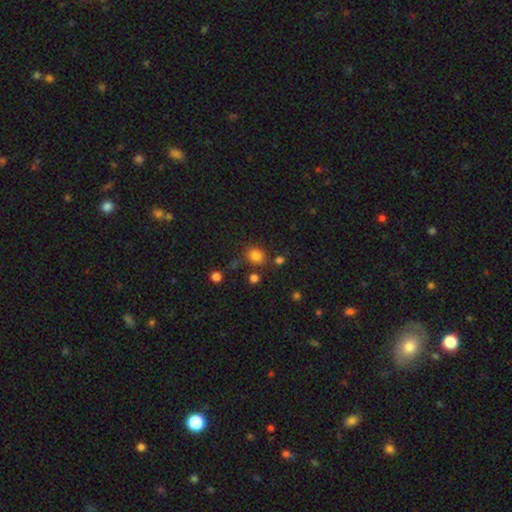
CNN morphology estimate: smooth-or-featured: smooth: 81% | star or artifact: 13% | featured or disk: 5%
  how-rounded: round: 60% | in between: 39% | cigar-shaped: 1%
  merging: none: 77% | minor disturbance: 12% | merger: 7% | major disturbance: 4%